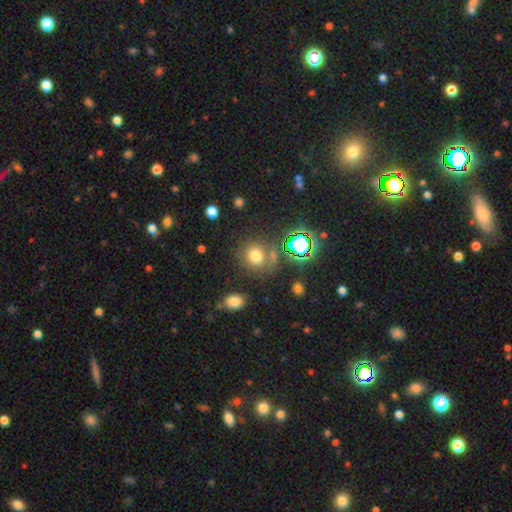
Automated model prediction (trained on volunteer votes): smooth_or_featured: smooth (p=0.68) [alt: star or artifact p=0.23]
how_rounded: round (p=0.74) [alt: in between p=0.24]
merging: none (p=0.70) [alt: merger p=0.13]